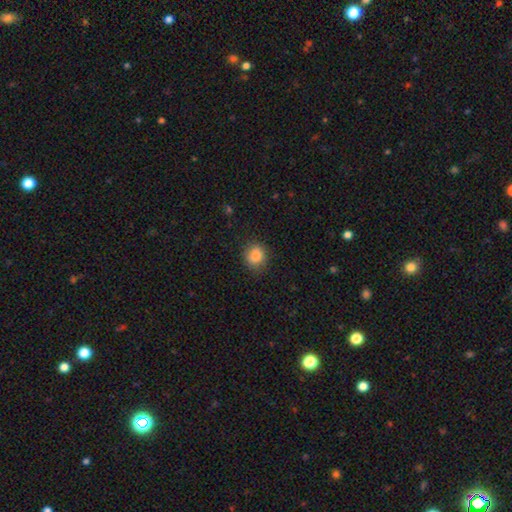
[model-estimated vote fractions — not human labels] Morphology: type=smooth (84%); roundness=round (70%); merging=none (84%).